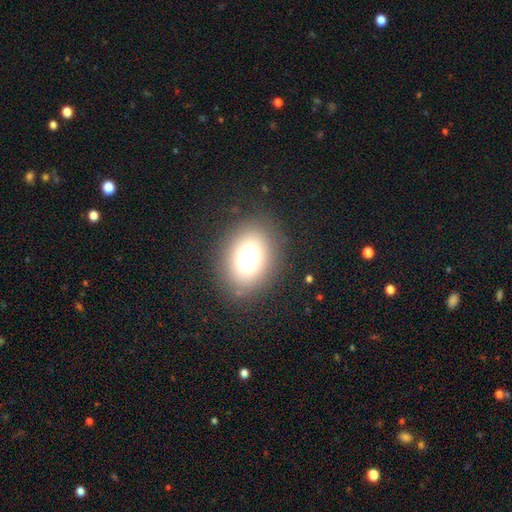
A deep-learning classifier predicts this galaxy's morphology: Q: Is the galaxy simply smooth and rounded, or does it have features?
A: smooth — 71%.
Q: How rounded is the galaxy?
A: in between — 62%.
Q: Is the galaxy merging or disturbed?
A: none — 83%.